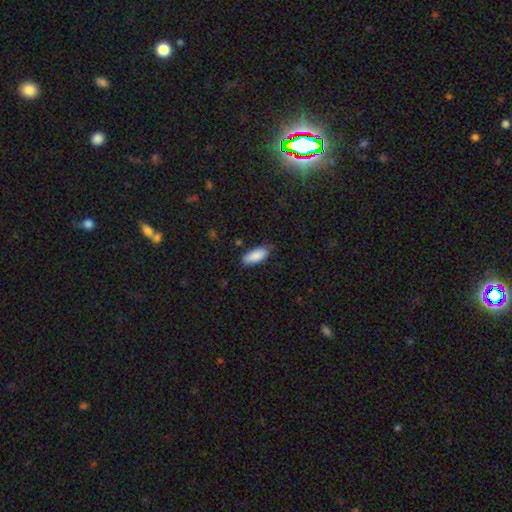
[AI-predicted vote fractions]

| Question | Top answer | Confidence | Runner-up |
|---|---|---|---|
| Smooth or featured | smooth | 88% | star or artifact (6%) |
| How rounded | in between | 82% | cigar-shaped (17%) |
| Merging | none | 75% | minor disturbance (20%) |